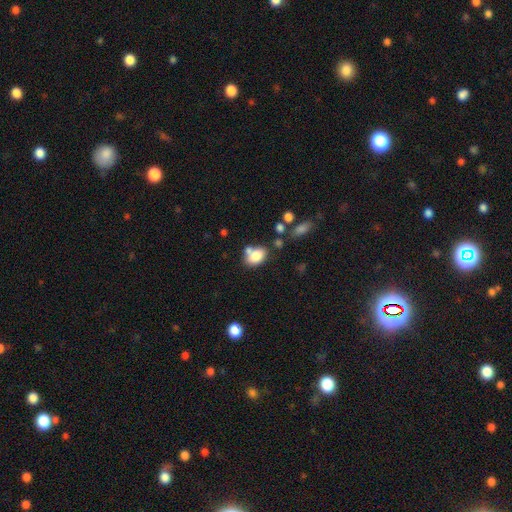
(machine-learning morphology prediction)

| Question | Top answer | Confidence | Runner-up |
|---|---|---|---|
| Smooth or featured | smooth | 80% | featured or disk (11%) |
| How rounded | in between | 78% | round (20%) |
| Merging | none | 52% | merger (26%) |